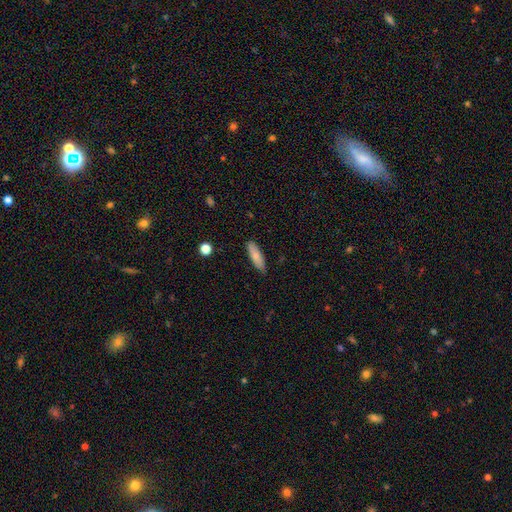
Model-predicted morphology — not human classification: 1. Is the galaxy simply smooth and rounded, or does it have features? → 80% smooth, 13% featured or disk, 6% star or artifact.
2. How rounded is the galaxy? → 51% cigar-shaped, 47% in between, 2% round.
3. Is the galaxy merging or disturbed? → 84% none, 12% minor disturbance, 2% major disturbance, 1% merger.